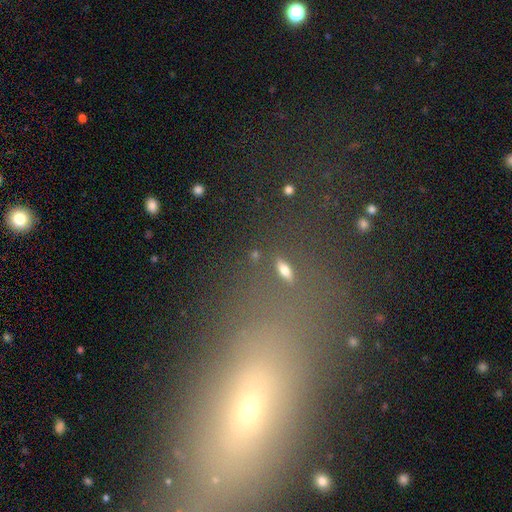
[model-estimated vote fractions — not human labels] Morphology: type=smooth (42%); merging=none (78%).